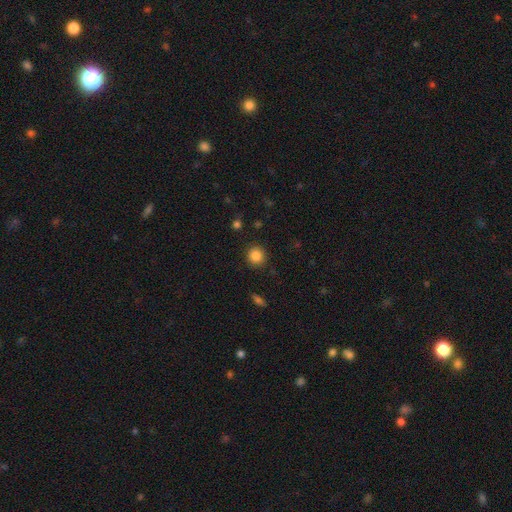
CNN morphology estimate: type=smooth (85%); roundness=round (92%); merging=none (91%).